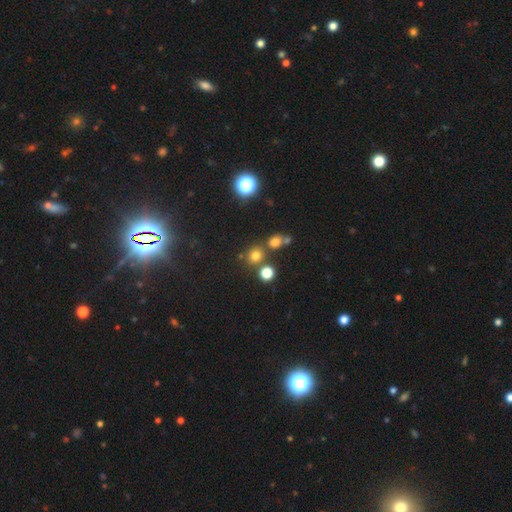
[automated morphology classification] smooth_or_featured: smooth (p=0.71) [alt: star or artifact p=0.22]
how_rounded: round (p=0.85) [alt: in between p=0.14]
merging: none (p=0.71) [alt: merger p=0.16]